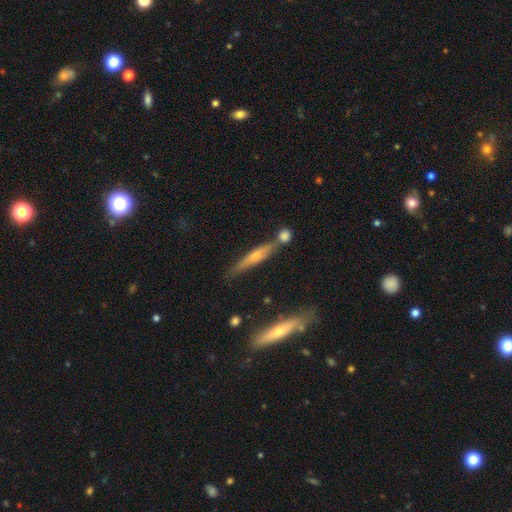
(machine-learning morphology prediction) smooth-or-featured: featured or disk: 57% | smooth: 35% | star or artifact: 8%
  disk-edge-on: yes: 94% | no: 6%
    edge-on-bulge: rounded: 74% | none: 17% | boxy: 9%
  merging: none: 70% | merger: 14% | minor disturbance: 13% | major disturbance: 3%